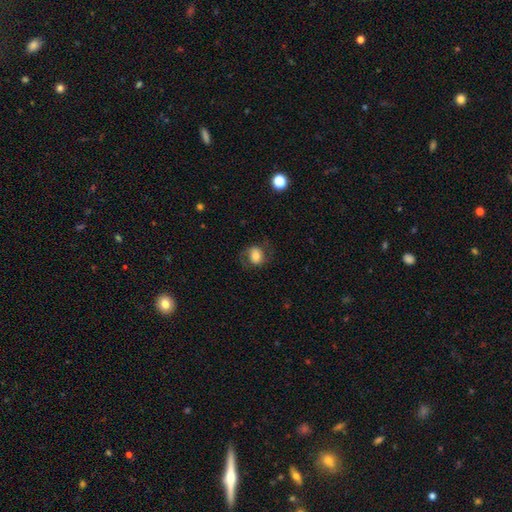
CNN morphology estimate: Smooth or featured?
  - smooth: 58% *
  - featured or disk: 33%
  - star or artifact: 9%
How rounded?
  - round: 56% *
  - in between: 43%
  - cigar-shaped: 1%
Merging?
  - none: 67% *
  - minor disturbance: 18%
  - major disturbance: 14%
  - merger: 1%